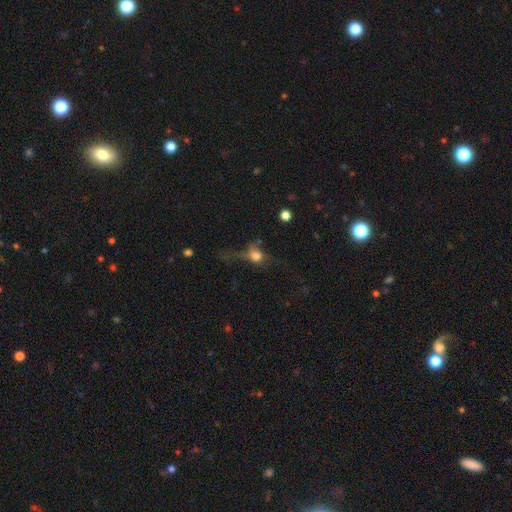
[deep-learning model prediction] smooth_or_featured: smooth (p=0.61) [alt: featured or disk p=0.24]
how_rounded: round (p=0.60) [alt: in between p=0.35]
merging: major disturbance (p=0.44) [alt: none p=0.31]